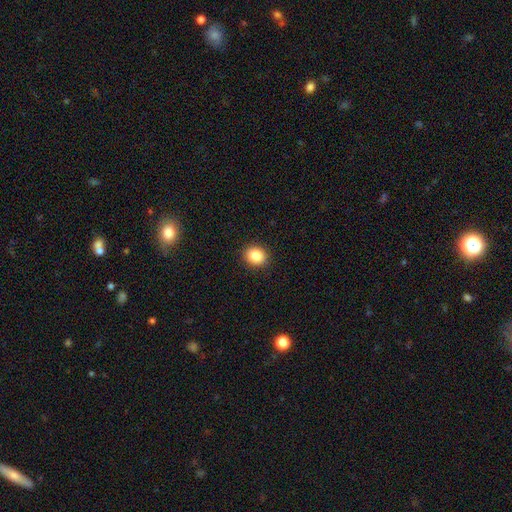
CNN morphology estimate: A smooth galaxy with no disk features (85%) that is round (77%). Merging: none (92%).